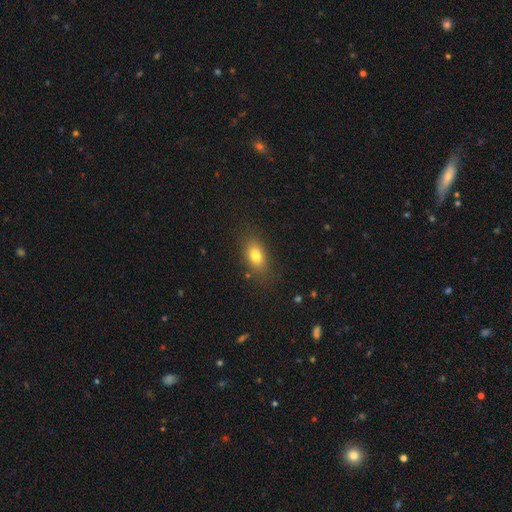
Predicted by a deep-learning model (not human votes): The model was most divided on "smooth or featured": smooth: 78%, featured or disk: 12%, star or artifact: 10%. More confident: how rounded — in between (83%); merging — none (81%).